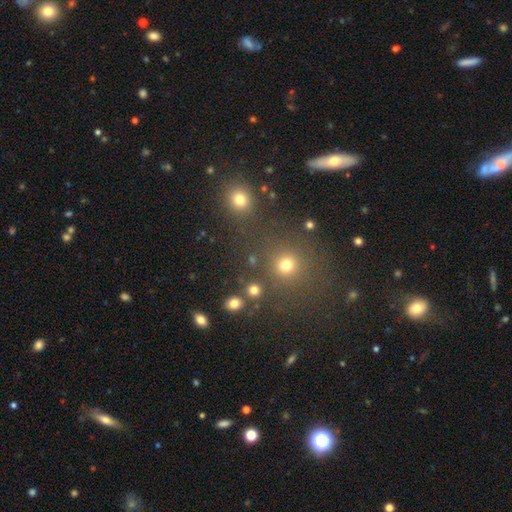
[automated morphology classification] smooth-or-featured: smooth: 54% | star or artifact: 36% | featured or disk: 10%
  how-rounded: round: 90% | in between: 9% | cigar-shaped: 2%
  merging: none: 80% | merger: 9% | minor disturbance: 7% | major disturbance: 4%